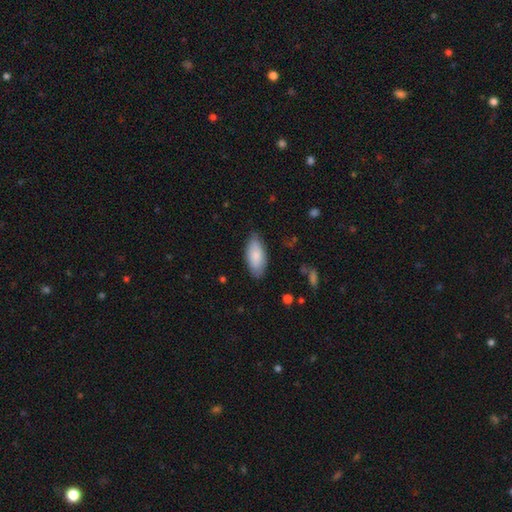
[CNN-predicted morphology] Overall: smooth (83%). How rounded: in between (89%). Merging: none (80%).